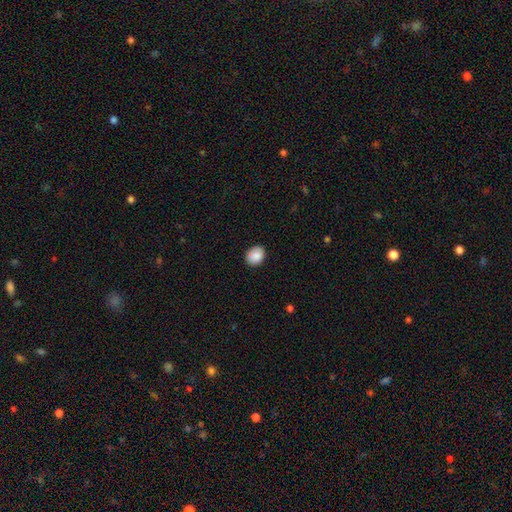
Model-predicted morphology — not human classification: Smooth or featured? smooth (88%)
How rounded? round (52%)
Merging? none (85%)